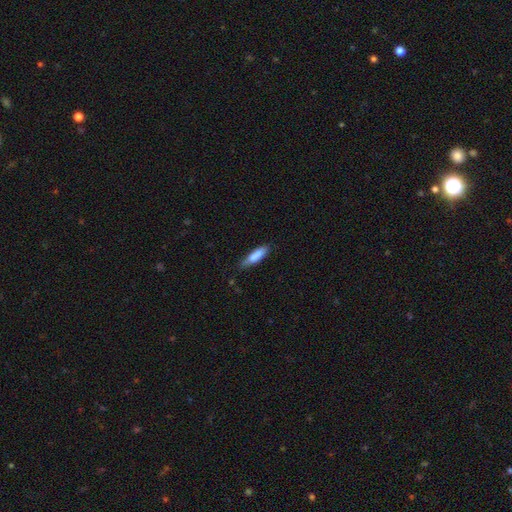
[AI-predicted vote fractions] Smooth or featured?
  - smooth: 80% *
  - featured or disk: 14%
  - star or artifact: 6%
How rounded?
  - cigar-shaped: 65% *
  - in between: 33%
  - round: 2%
Merging?
  - none: 69% *
  - minor disturbance: 23%
  - major disturbance: 4%
  - merger: 3%